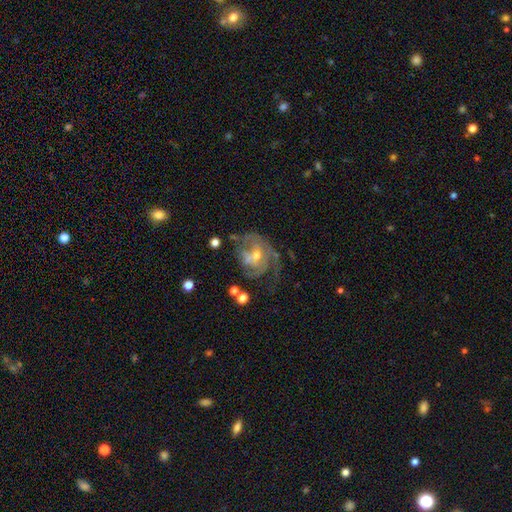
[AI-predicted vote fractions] Smooth or featured? featured or disk (82%)
Edge-on disk? no (97%)
Bar? no (56%)
Spiral arms? yes (89%)
Spiral winding? tight (44%)
Spiral arm count? can't tell (34%)
Bulge size? small (52%)
Merging? none (48%)